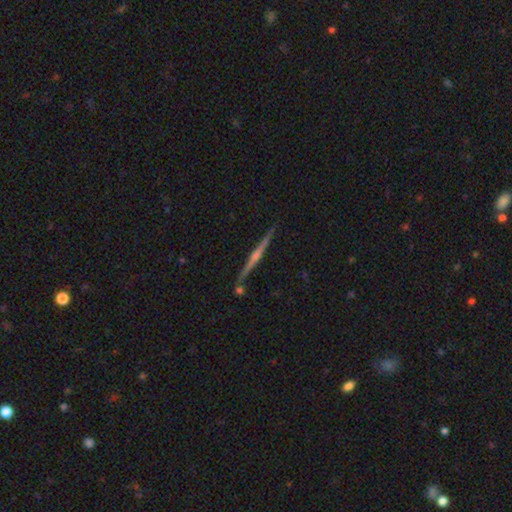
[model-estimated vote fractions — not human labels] Q: Smooth or featured?
A: featured or disk (77%); runner-up: smooth (15%)
Q: Edge-on disk?
A: yes (98%); runner-up: no (2%)
Q: Edge-on bulge?
A: rounded (70%); runner-up: none (21%)
Q: Merging?
A: none (89%); runner-up: minor disturbance (7%)